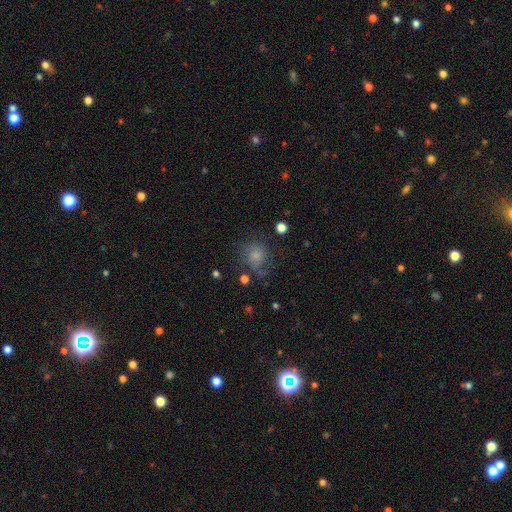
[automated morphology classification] This is likely a smooth galaxy (64%). How rounded: likely round (73%). Merging: possibly none (52%).